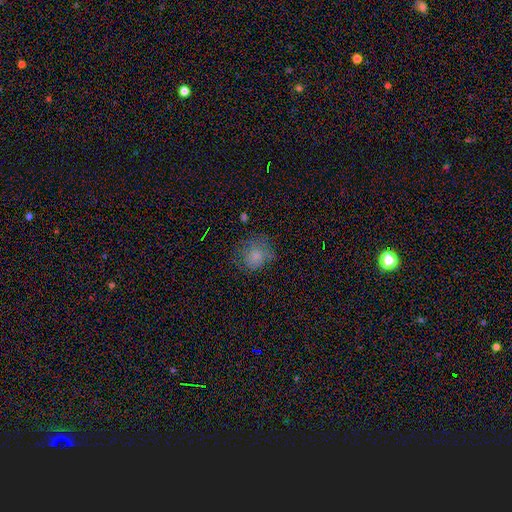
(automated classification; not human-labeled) Smooth or featured?
  - smooth: 78% *
  - star or artifact: 12%
  - featured or disk: 10%
How rounded?
  - round: 75% *
  - in between: 24%
  - cigar-shaped: 1%
Merging?
  - none: 65% *
  - minor disturbance: 23%
  - major disturbance: 10%
  - merger: 2%